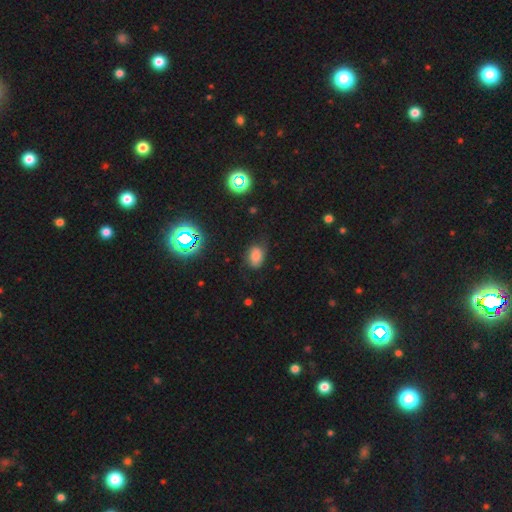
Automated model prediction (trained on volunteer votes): This is likely a smooth galaxy (70%). How rounded: clearly in between (82%). Merging: likely none (66%).